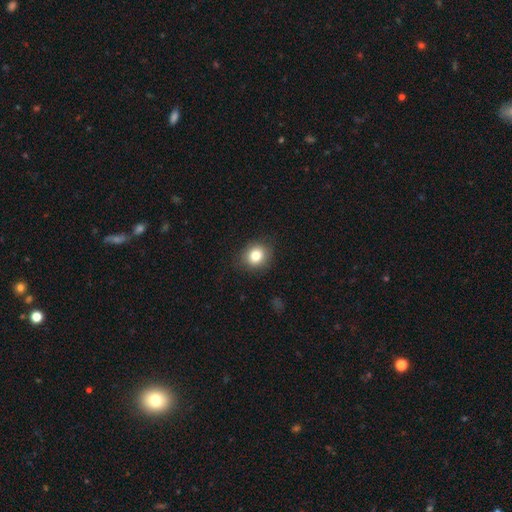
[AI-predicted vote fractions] Smooth or featured? Predicted: smooth (p=0.81). How rounded? Predicted: round (p=0.77). Merging? Predicted: none (p=0.87).